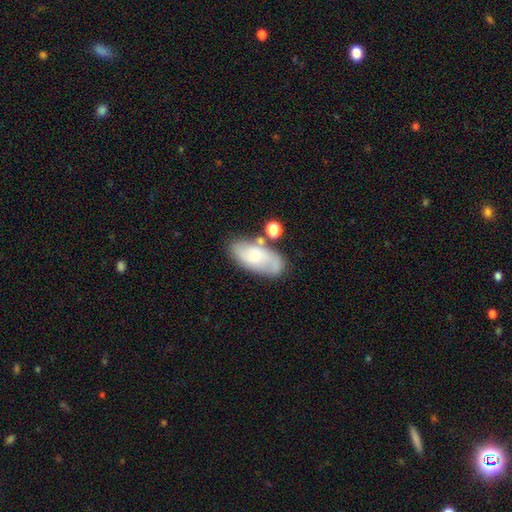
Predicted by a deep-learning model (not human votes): smooth_or_featured: featured or disk (p=0.47) [alt: smooth p=0.46]
merging: none (p=0.63) [alt: minor disturbance p=0.18]